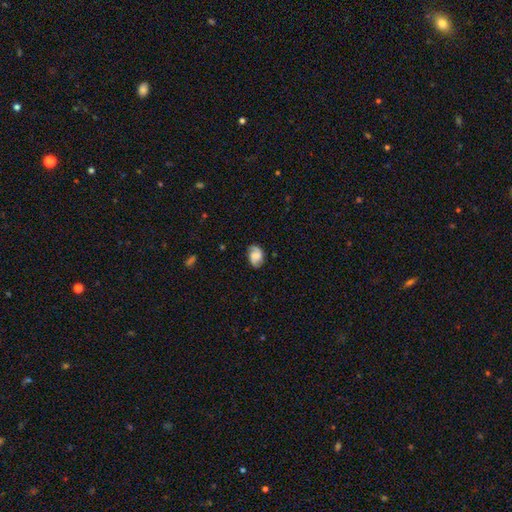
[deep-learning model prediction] Smooth or featured? featured or disk (56%)
Edge-on disk? no (97%)
Bar? no (54%)
Spiral arms? yes (92%)
Spiral winding? medium (44%)
Spiral arm count? 2 (85%)
Bulge size? none (30%)
Merging? none (75%)